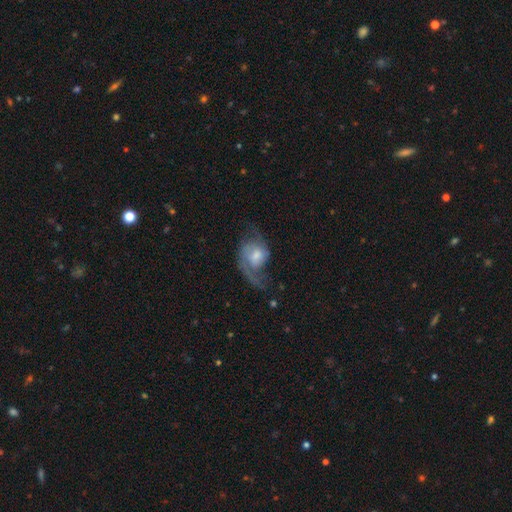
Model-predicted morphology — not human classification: This is likely a featured or disk galaxy (75%). It is clearly not viewed edge-on (96%). Bar: likely no (61%). Spiral arm pattern: clearly yes (92%). Spiral arm count: likely 2 (67%). Spiral winding: possibly loose (46%). Central bulge: possibly moderate (48%). Merging: possibly none (48%).